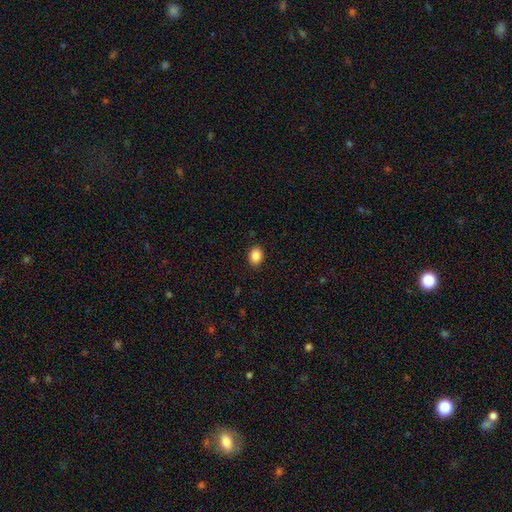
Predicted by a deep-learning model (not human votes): Morphology: type=smooth (88%); roundness=in between (66%); merging=none (90%).